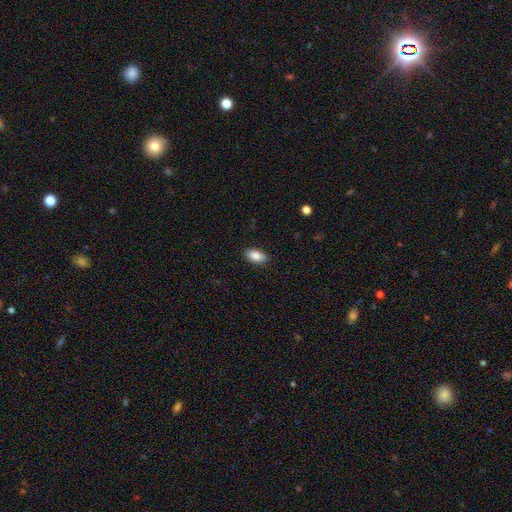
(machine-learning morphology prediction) A smooth galaxy with no disk features (88%) that is in between round and cigar-shaped (92%). Merging: none (85%).